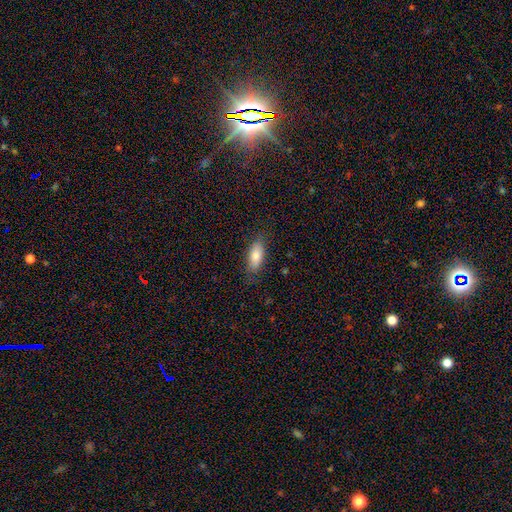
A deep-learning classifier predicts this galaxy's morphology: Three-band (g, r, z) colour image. It shows a smooth galaxy with no disk features (79%) that is in between round and cigar-shaped (81%). Merging: none (82%).